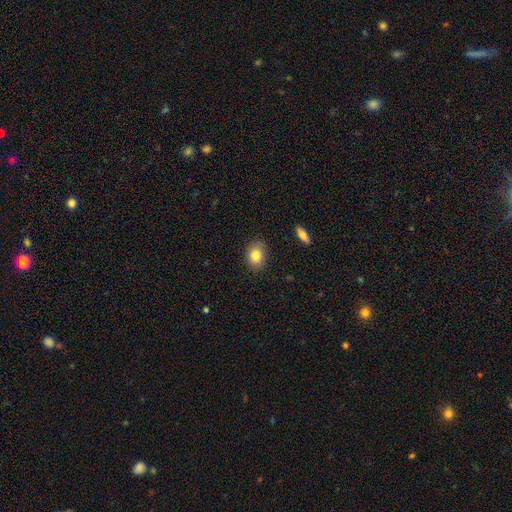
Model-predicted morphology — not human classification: Smooth or featured? Predicted: smooth (p=0.82). How rounded? Predicted: in between (p=0.69). Merging? Predicted: none (p=0.86).